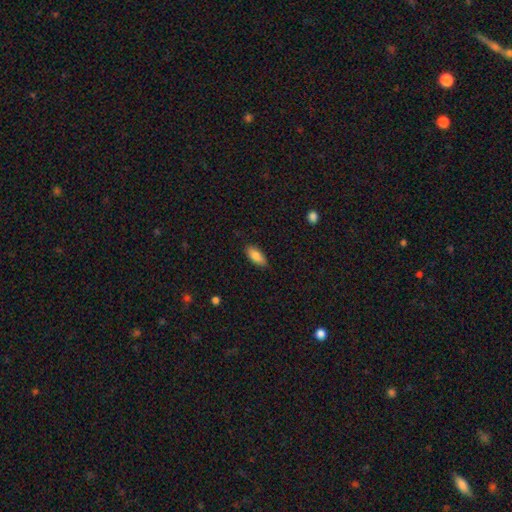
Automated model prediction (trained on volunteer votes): Smooth or featured?
  - smooth: 85% *
  - featured or disk: 8%
  - star or artifact: 7%
How rounded?
  - in between: 85% *
  - cigar-shaped: 13%
  - round: 2%
Merging?
  - none: 85% *
  - minor disturbance: 12%
  - major disturbance: 2%
  - merger: 1%